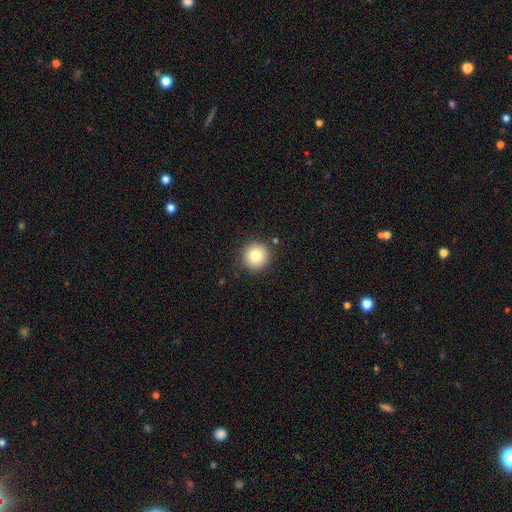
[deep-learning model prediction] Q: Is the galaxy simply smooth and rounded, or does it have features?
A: smooth — 81%.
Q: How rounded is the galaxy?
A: round — 96%.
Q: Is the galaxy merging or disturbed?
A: none — 89%.